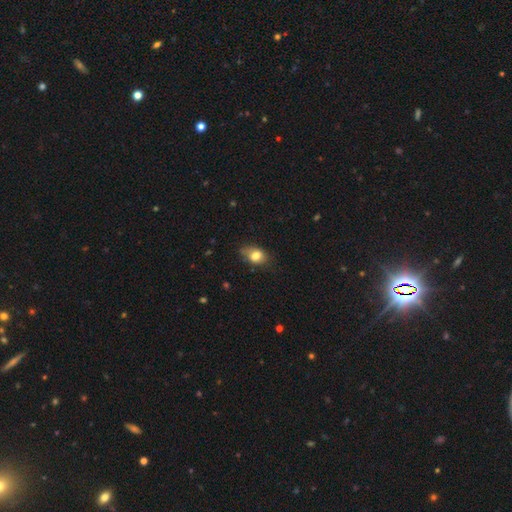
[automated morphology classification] Smooth or featured: smooth — 79% (featured or disk — 12%)
How rounded: in between — 74% (round — 24%)
Merging: none — 62% (minor disturbance — 29%)